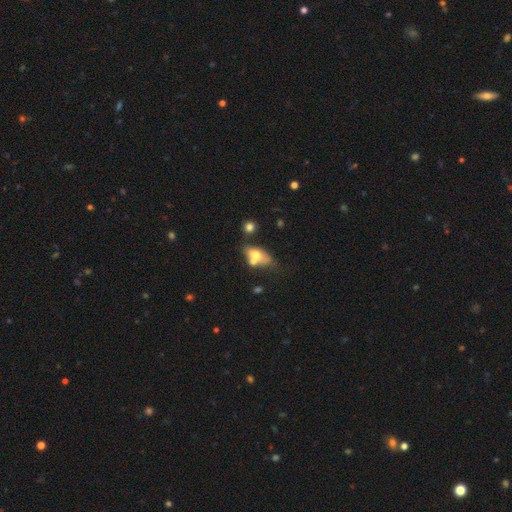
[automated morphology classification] The model was most divided on "merging" (2-way tie): merger: 37%, none: 37%, minor disturbance: 18%, major disturbance: 9%. More confident: how rounded — in between (81%); smooth or featured — smooth (64%).